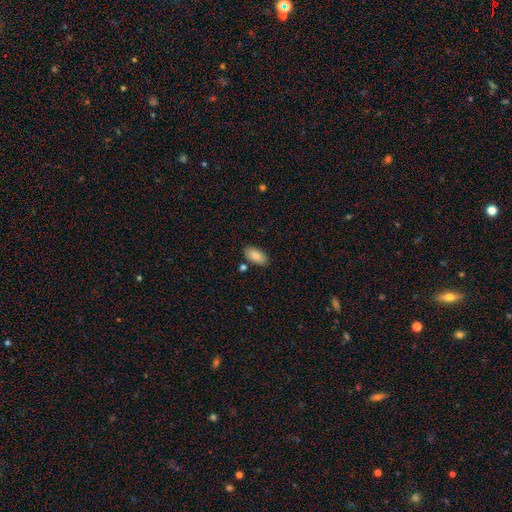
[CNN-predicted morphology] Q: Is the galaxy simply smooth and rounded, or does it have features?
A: smooth — 86%.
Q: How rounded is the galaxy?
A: in between — 94%.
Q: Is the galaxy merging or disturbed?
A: none — 82%.